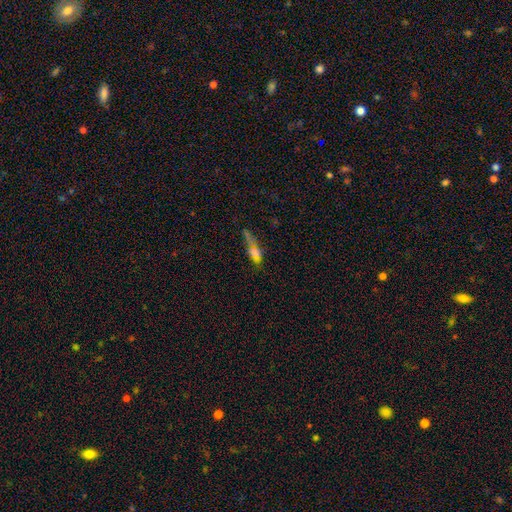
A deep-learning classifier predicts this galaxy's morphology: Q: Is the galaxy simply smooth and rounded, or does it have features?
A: smooth — 55%.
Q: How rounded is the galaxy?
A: in between — 56%.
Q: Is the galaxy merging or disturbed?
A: none — 38%.